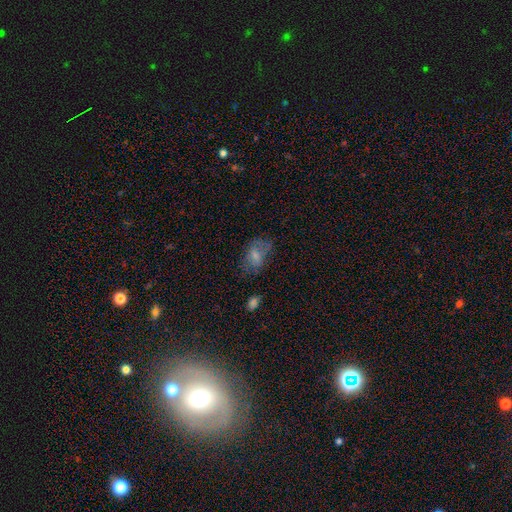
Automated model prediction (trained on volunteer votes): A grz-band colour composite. It shows a smooth galaxy with no disk features (67%) that is in between round and cigar-shaped (87%). Merging: none (51%).